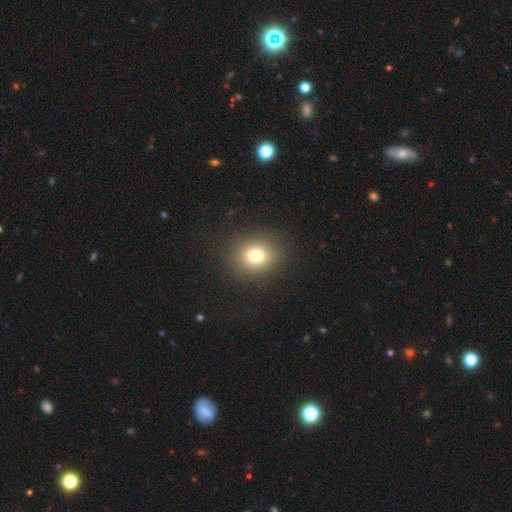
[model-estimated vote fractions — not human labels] Smooth or featured: smooth — 75% (star or artifact — 15%)
How rounded: round — 79% (in between — 20%)
Merging: none — 89% (minor disturbance — 6%)